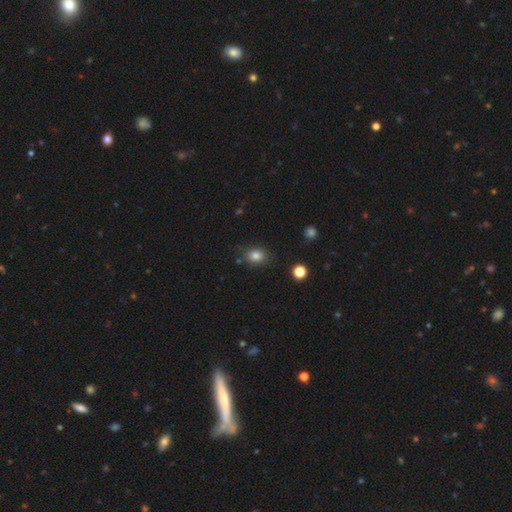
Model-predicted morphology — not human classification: Smooth or featured? smooth (83%)
How rounded? in between (56%)
Merging? none (80%)